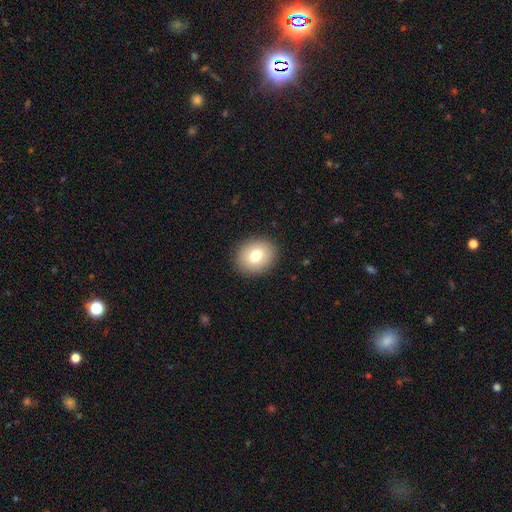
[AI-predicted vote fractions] Smooth or featured? Predicted: smooth (p=0.77). How rounded? Predicted: round (p=0.64). Merging? Predicted: none (p=0.90).